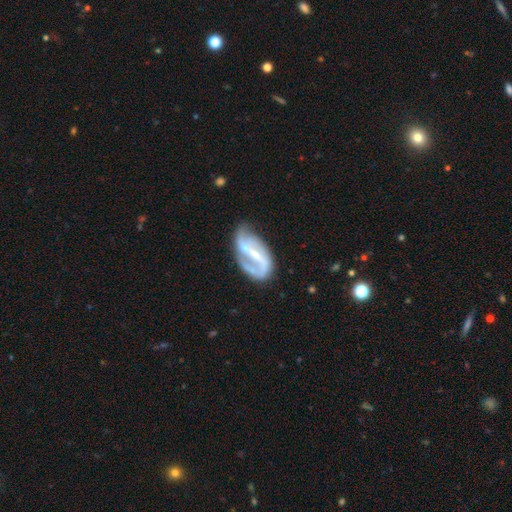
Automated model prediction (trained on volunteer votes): Q: Smooth or featured?
A: featured or disk (81%); runner-up: smooth (13%)
Q: Edge-on disk?
A: no (96%); runner-up: yes (4%)
Q: Bar?
A: strong (49%); runner-up: weak (35%)
Q: Spiral arms?
A: yes (86%); runner-up: no (14%)
Q: Spiral winding?
A: medium (41%); runner-up: loose (38%)
Q: Spiral arm count?
A: 2 (66%); runner-up: 1 (19%)
Q: Bulge size?
A: small (59%); runner-up: moderate (26%)
Q: Merging?
A: none (43%); runner-up: minor disturbance (28%)